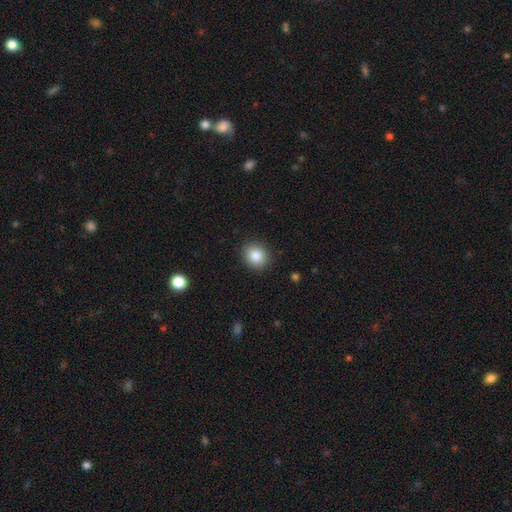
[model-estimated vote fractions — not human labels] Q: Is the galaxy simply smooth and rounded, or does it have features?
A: smooth — 85%.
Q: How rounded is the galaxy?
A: round — 77%.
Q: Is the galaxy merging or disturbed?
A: none — 90%.